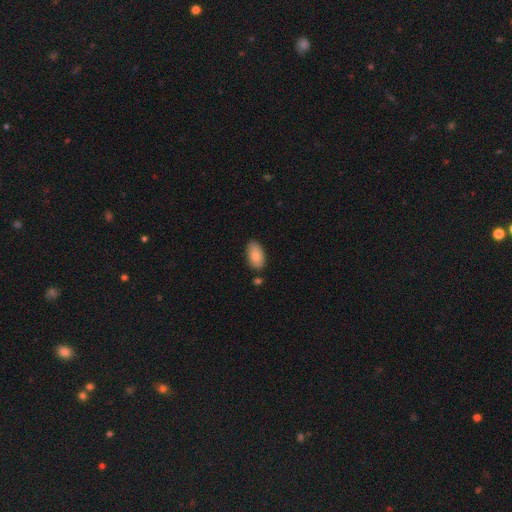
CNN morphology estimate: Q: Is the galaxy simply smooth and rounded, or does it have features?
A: smooth — 83%.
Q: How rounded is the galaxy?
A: in between — 94%.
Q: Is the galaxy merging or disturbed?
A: none — 80%.